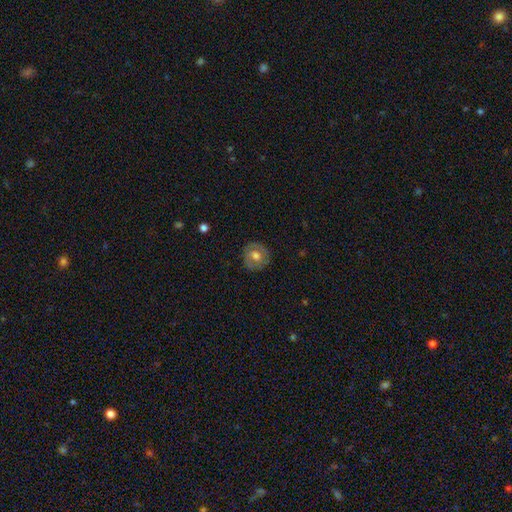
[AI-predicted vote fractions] Morphology: type=smooth (53%); roundness=round (86%); merging=none (83%).